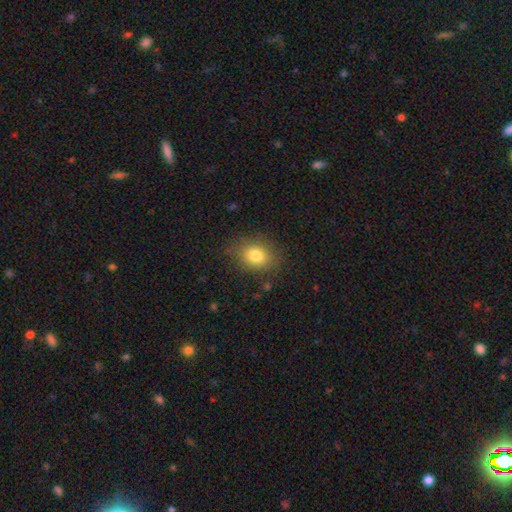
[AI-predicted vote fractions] Smooth or featured? Predicted: smooth (p=0.80). How rounded? Predicted: in between (p=0.54). Merging? Predicted: none (p=0.82).